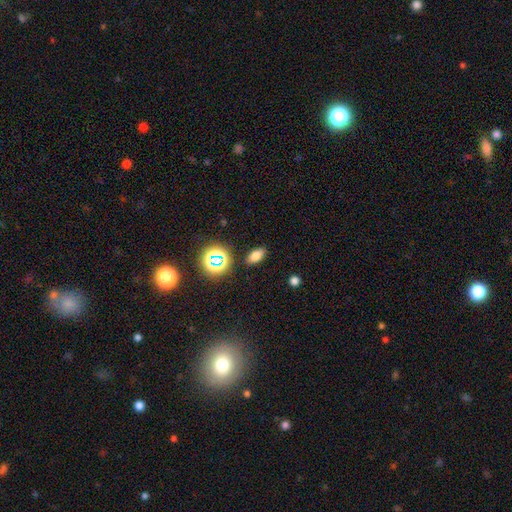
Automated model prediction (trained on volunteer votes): A smooth galaxy with no disk features (73%) that is in between round and cigar-shaped (84%). Merging: none (87%).